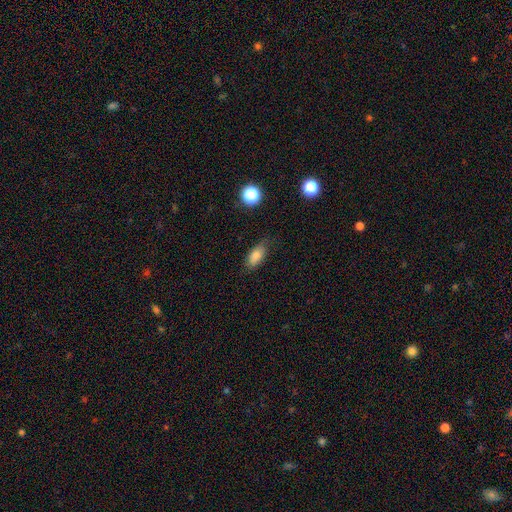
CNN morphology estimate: smooth 80%, featured or disk 10%, star or artifact 9%. Down the decision tree: how rounded — in between (84%); merging — none (72%).